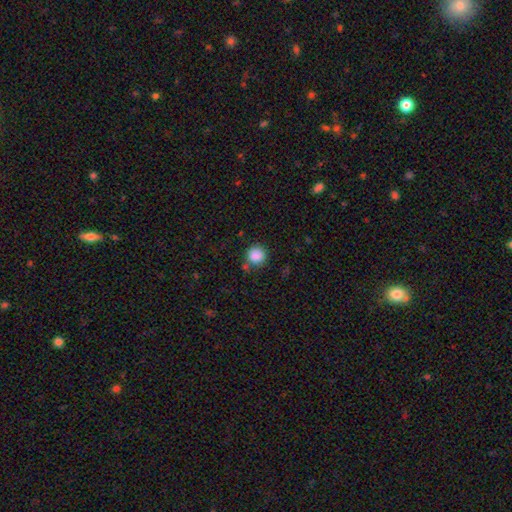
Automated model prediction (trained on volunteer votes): Smooth or featured? Predicted: smooth (p=0.87). How rounded? Predicted: round (p=0.91). Merging? Predicted: none (p=0.77).